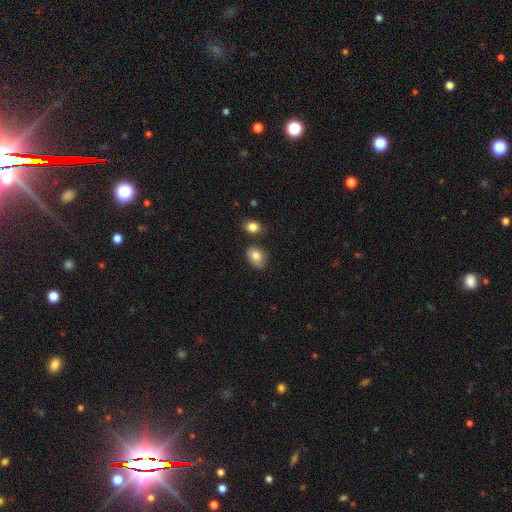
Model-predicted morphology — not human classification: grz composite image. It shows a smooth galaxy with no disk features (81%) that is in between round and cigar-shaped (78%). Merging: none (68%).